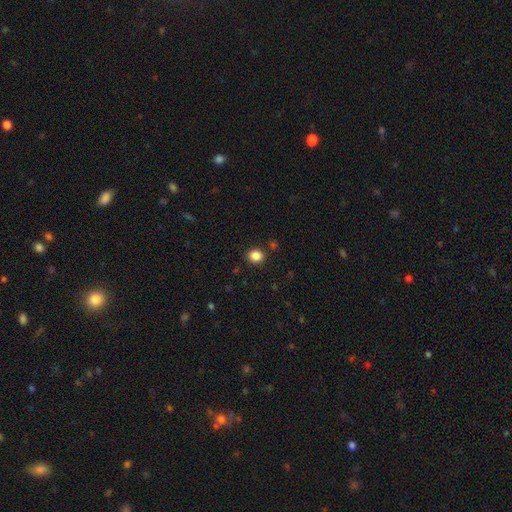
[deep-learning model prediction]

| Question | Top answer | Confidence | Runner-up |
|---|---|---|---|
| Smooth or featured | smooth | 86% | star or artifact (11%) |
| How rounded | round | 66% | in between (33%) |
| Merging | none | 88% | minor disturbance (7%) |